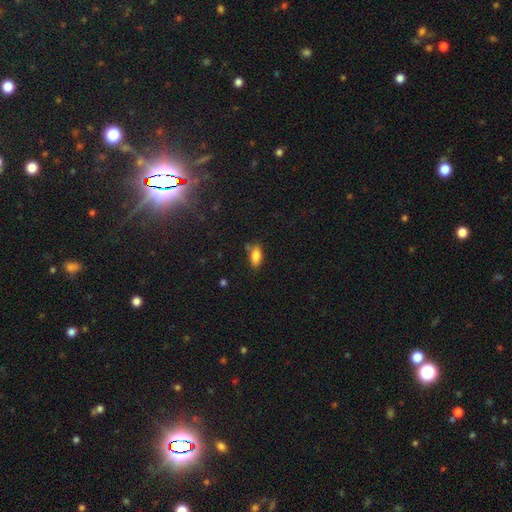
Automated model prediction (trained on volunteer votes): Smooth or featured?
  - smooth: 85% *
  - star or artifact: 8%
  - featured or disk: 7%
How rounded?
  - in between: 87% *
  - cigar-shaped: 10%
  - round: 3%
Merging?
  - none: 72% *
  - minor disturbance: 18%
  - merger: 5%
  - major disturbance: 4%